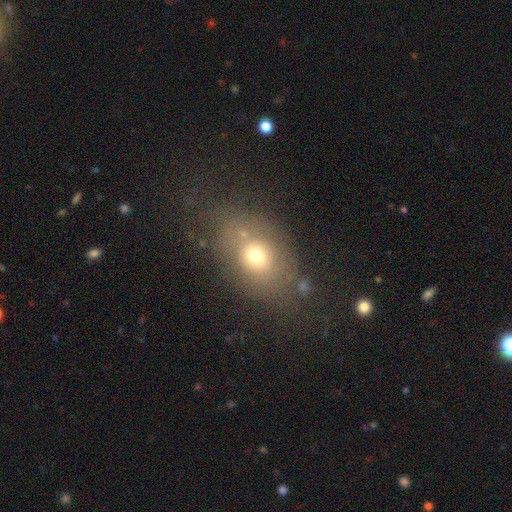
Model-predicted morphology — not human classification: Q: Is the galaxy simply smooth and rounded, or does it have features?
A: smooth — 64%.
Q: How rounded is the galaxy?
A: in between — 64%.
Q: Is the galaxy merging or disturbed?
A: none — 52%.